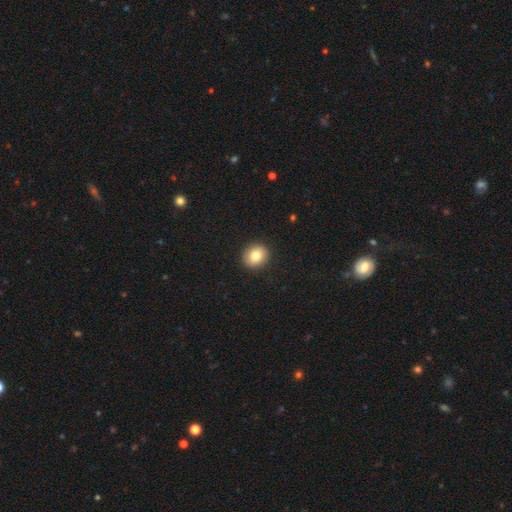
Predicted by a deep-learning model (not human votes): A smooth galaxy with no disk features (80%) that is round (72%).

Vote fractions:
- Smooth or featured? smooth: 80% / featured or disk: 10% / star or artifact: 9%
- How rounded? round: 72% / in between: 27% / cigar-shaped: 1%
- Merging? none: 91% / minor disturbance: 6% / major disturbance: 2% / merger: 1%